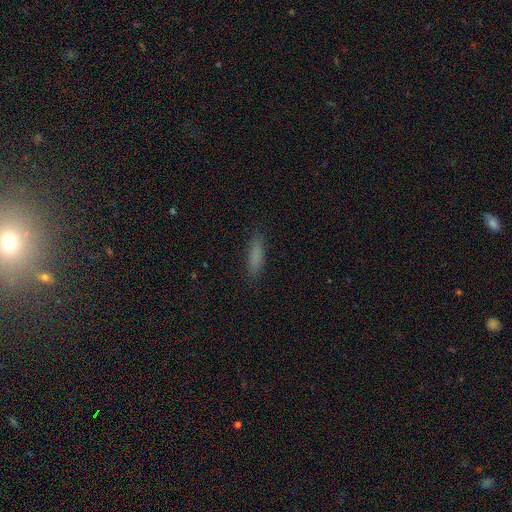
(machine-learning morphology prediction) Overall: smooth (82%). How rounded: cigar-shaped (72%). Merging: none (87%).